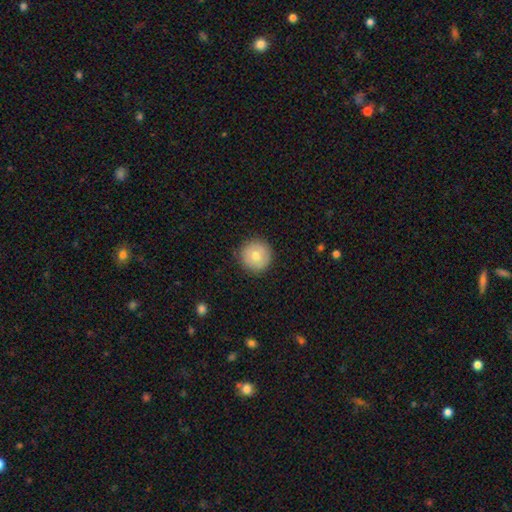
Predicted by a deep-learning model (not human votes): Morphology: type=smooth (75%); roundness=round (96%); merging=none (89%).